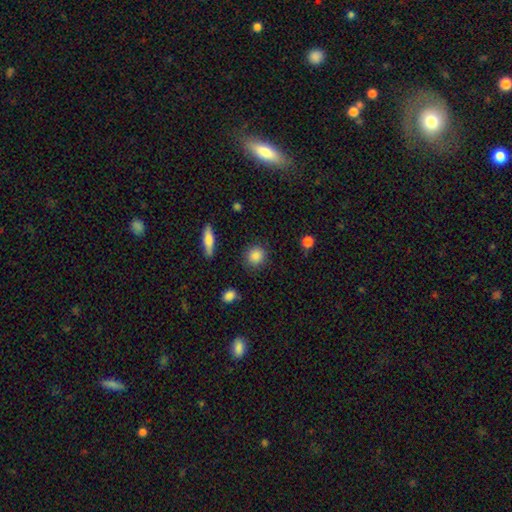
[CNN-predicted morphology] A smooth galaxy with no disk features (87%) that is round (84%).

Vote fractions:
- Smooth or featured? smooth: 87% / star or artifact: 8% / featured or disk: 5%
- How rounded? round: 84% / in between: 14% / cigar-shaped: 2%
- Merging? none: 87% / minor disturbance: 9% / major disturbance: 3% / merger: 2%